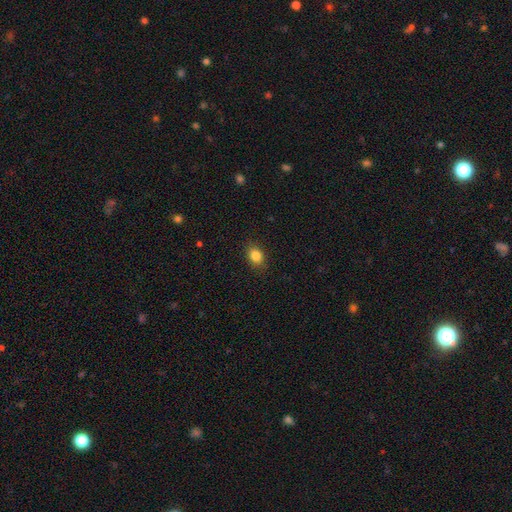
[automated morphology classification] Smooth or featured? Predicted: smooth (p=0.85). How rounded? Predicted: in between (p=0.63). Merging? Predicted: none (p=0.87).